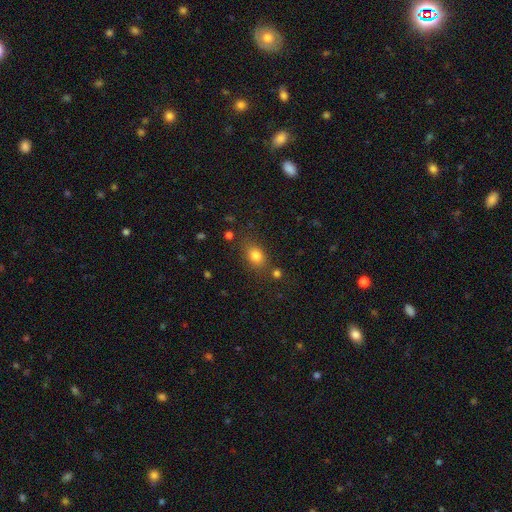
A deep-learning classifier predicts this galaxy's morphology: A smooth galaxy with no disk features (80%) that is in between round and cigar-shaped (64%). Merging: none (75%).